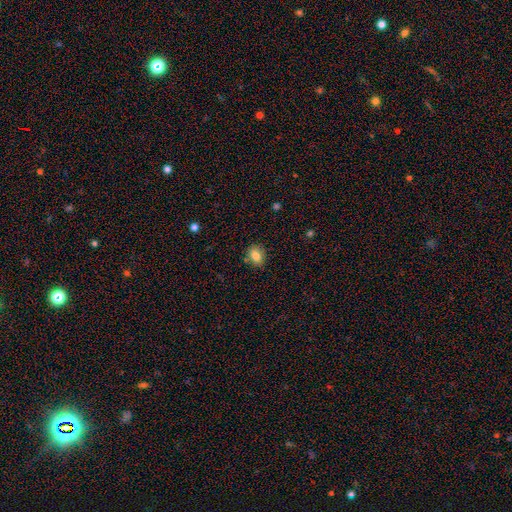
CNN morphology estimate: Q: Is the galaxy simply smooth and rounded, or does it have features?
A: smooth — 83%.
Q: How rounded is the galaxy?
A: in between — 62%.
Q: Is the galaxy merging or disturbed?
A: none — 83%.